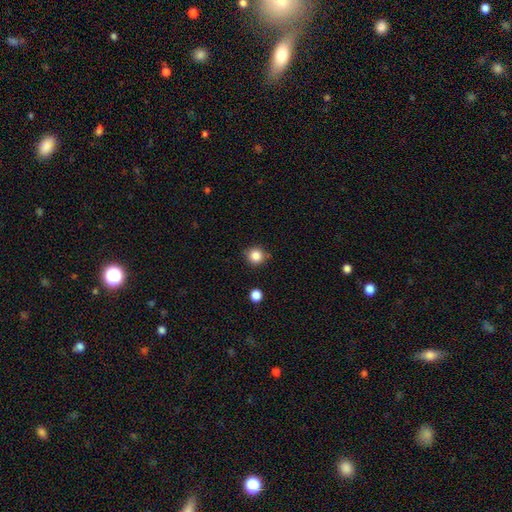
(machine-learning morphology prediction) A smooth galaxy with no disk features (85%) that is round (92%).

Vote fractions:
- Smooth or featured? smooth: 85% / star or artifact: 11% / featured or disk: 4%
- How rounded? round: 92% / in between: 7% / cigar-shaped: 1%
- Merging? none: 82% / minor disturbance: 12% / merger: 3% / major disturbance: 3%